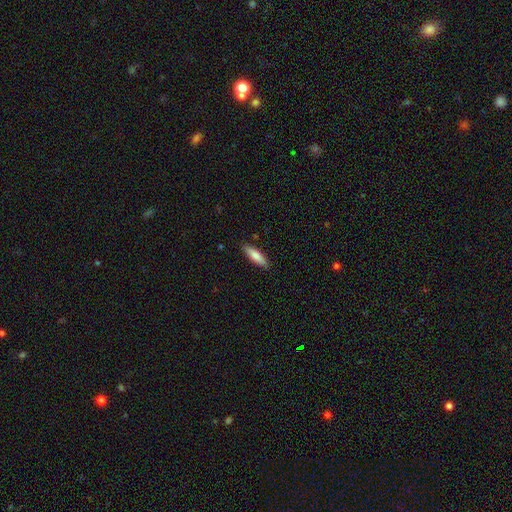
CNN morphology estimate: A smooth galaxy with no disk features (80%) that is cigar-shaped (62%). Merging: none (88%).